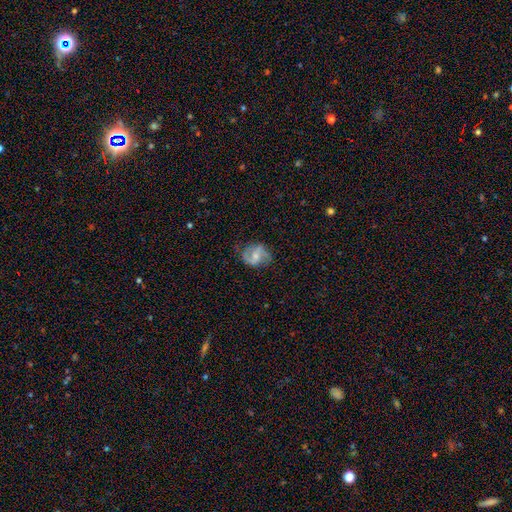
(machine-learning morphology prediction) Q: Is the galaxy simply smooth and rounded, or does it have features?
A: featured or disk — 74%.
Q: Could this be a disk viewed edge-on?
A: no — 97%.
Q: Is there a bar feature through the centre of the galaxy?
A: weak — 48%.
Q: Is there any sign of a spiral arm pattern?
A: yes — 92%.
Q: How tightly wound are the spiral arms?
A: medium — 45%.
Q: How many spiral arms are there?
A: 2 — 89%.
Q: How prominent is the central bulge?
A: moderate — 46%.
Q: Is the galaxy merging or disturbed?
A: none — 73%.